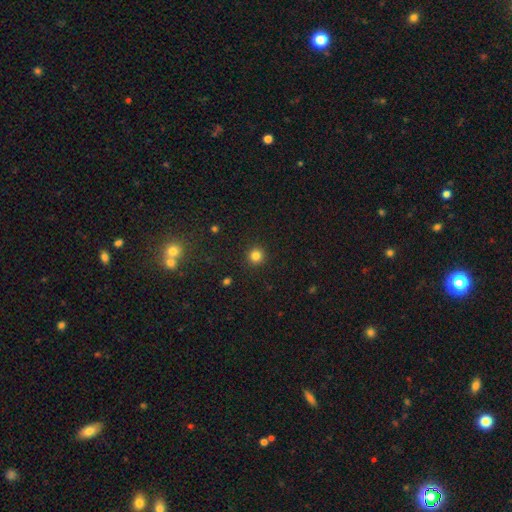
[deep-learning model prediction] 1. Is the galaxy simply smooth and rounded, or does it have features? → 82% smooth, 13% star or artifact, 4% featured or disk.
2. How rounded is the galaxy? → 95% round, 4% in between, 1% cigar-shaped.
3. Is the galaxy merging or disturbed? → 92% none, 5% minor disturbance, 2% major disturbance, 1% merger.